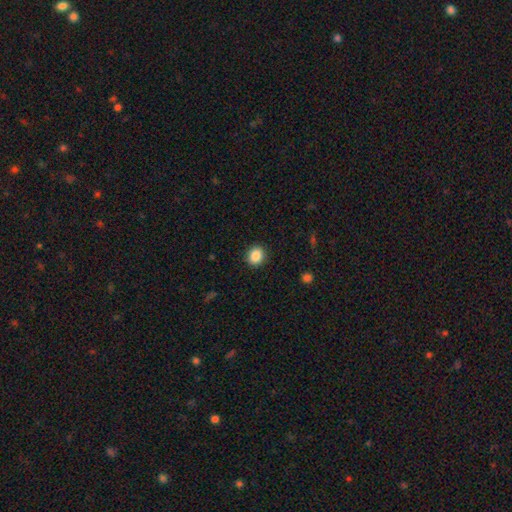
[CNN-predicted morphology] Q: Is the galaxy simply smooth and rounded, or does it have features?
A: smooth — 87%.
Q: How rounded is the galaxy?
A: round — 71%.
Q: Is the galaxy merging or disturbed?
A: none — 91%.